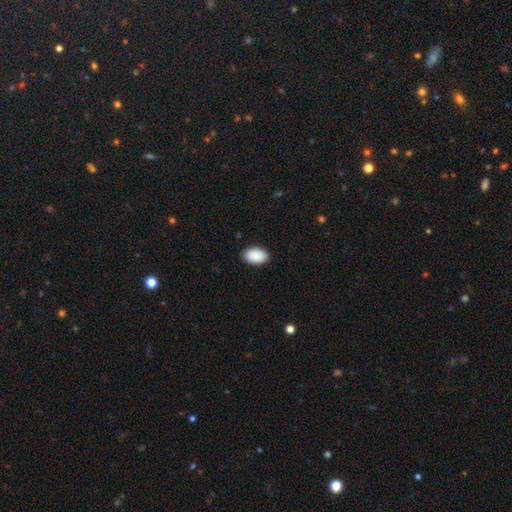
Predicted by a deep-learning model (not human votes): Smooth or featured? smooth (91%)
How rounded? in between (94%)
Merging? none (90%)